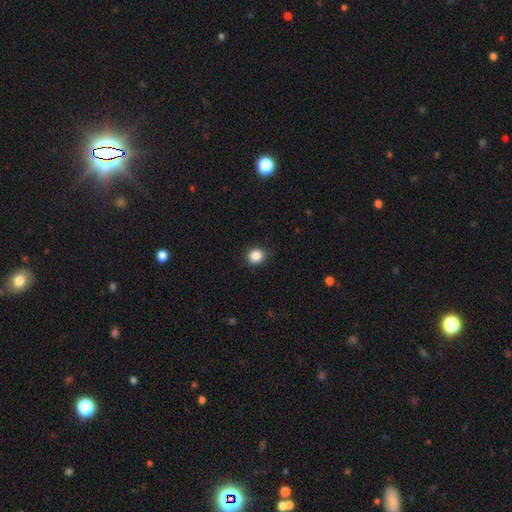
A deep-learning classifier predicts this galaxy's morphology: Overall: smooth (87%). How rounded: round (84%). Merging: none (89%).